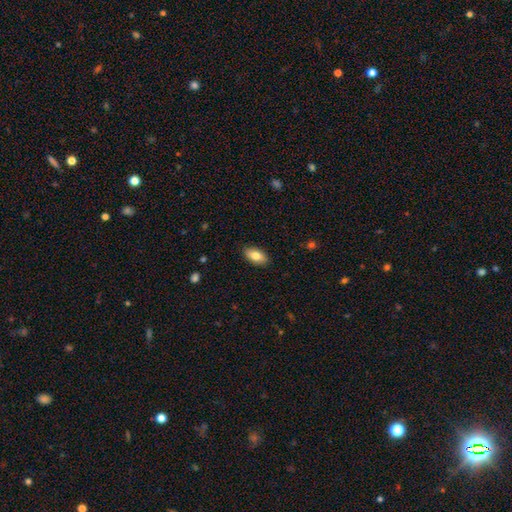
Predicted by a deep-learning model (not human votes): Smooth or featured: smooth — 81% (featured or disk — 12%)
How rounded: in between — 93% (cigar-shaped — 4%)
Merging: none — 89% (minor disturbance — 9%)